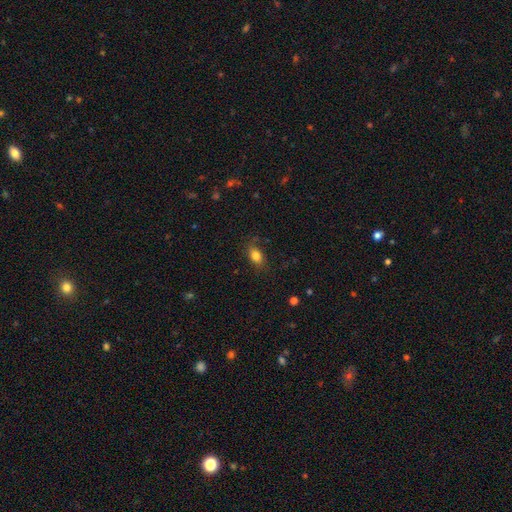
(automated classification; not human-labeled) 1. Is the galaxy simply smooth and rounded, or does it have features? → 82% smooth, 10% star or artifact, 8% featured or disk.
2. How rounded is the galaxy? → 82% in between, 14% round, 4% cigar-shaped.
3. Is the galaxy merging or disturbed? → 78% none, 16% minor disturbance, 4% major disturbance, 1% merger.